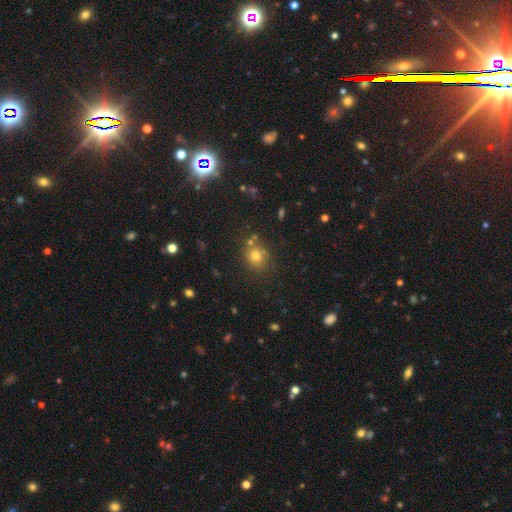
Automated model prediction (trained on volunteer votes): The model was most divided on "smooth or featured": smooth: 73%, star or artifact: 19%, featured or disk: 8%. More confident: how rounded — round (85%); merging — none (75%).